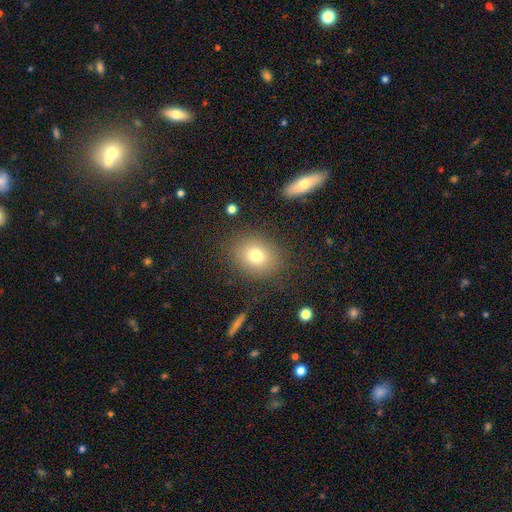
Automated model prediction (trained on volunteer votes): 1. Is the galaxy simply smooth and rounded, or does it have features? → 75% smooth, 13% star or artifact, 12% featured or disk.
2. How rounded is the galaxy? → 58% round, 41% in between, 1% cigar-shaped.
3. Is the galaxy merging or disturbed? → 83% none, 10% minor disturbance, 5% major disturbance, 2% merger.